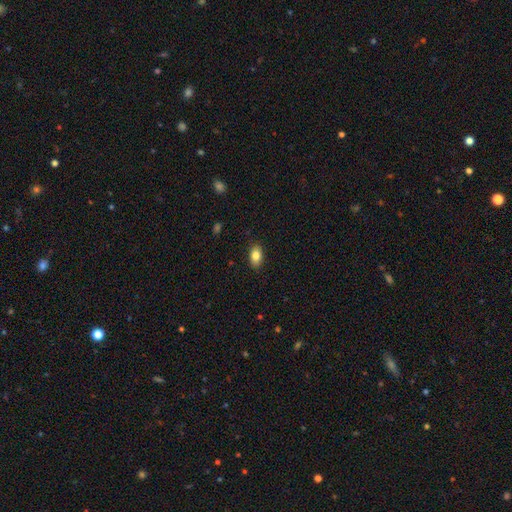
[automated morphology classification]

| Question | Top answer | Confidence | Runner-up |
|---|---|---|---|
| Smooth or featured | smooth | 82% | featured or disk (10%) |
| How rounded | in between | 89% | round (9%) |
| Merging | none | 88% | minor disturbance (9%) |